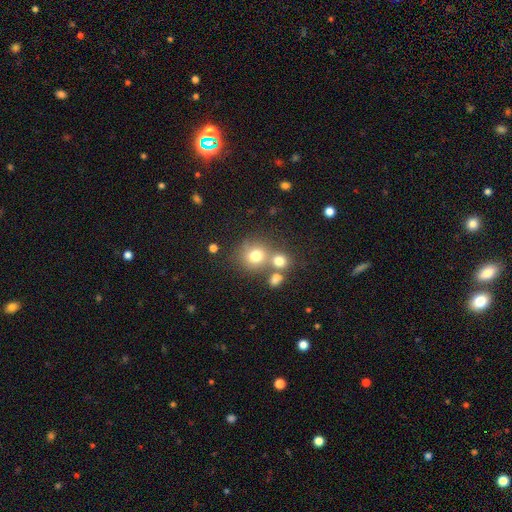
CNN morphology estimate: Overall: smooth (73%). How rounded: round (86%). Merging: none (55%; merger 29%).